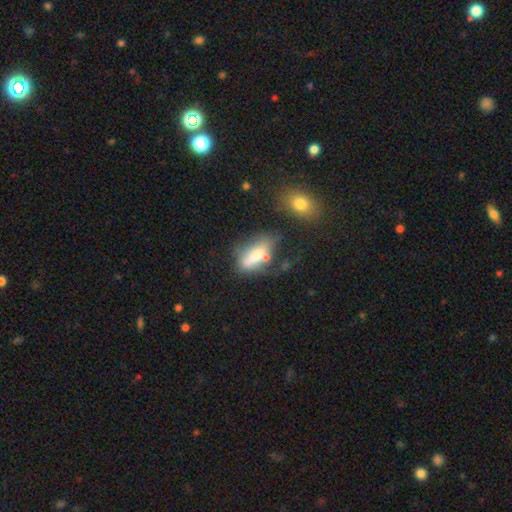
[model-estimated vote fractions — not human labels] Smooth or featured: smooth — 57% (featured or disk — 34%)
How rounded: in between — 63% (cigar-shaped — 33%)
Merging: none — 42% (minor disturbance — 23%)